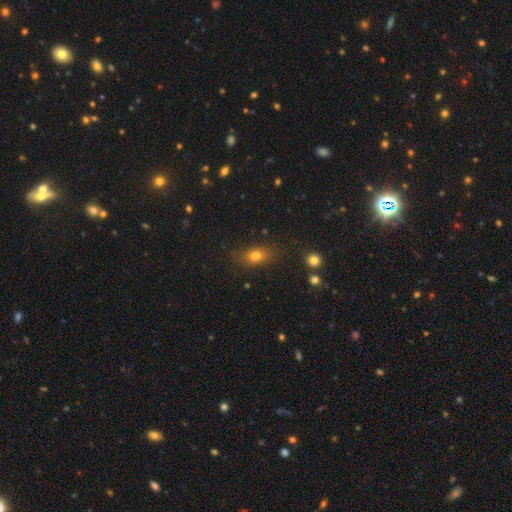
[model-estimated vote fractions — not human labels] Overall: smooth (76%). How rounded: in between (71%). Merging: none (77%).